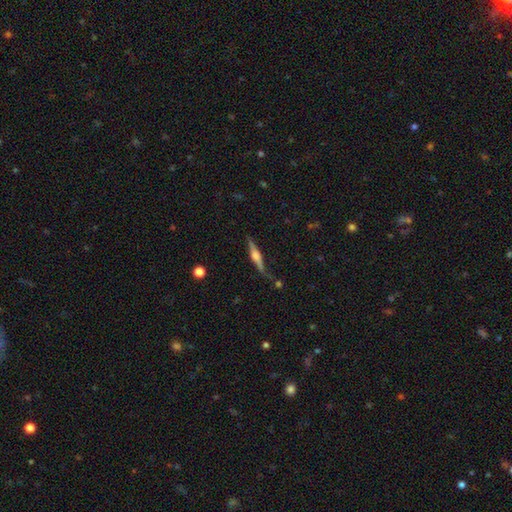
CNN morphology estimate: This is likely a featured or disk galaxy (72%). It is clearly viewed edge-on (96%). Edge-on bulge: likely rounded (80%). Merging: likely none (76%).